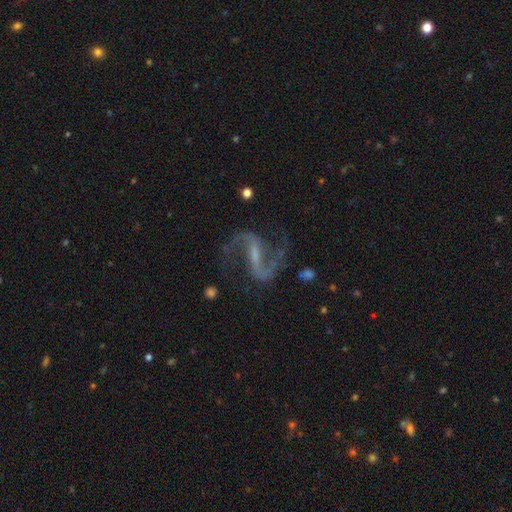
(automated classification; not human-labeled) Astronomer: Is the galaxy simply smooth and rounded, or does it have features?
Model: featured or disk — 92%.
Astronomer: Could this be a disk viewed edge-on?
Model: no — 98%.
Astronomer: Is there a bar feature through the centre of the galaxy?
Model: strong — 53% (runner-up: weak, 37%).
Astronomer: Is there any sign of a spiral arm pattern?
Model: yes — 98%.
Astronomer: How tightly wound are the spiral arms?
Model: medium — 48% (runner-up: loose, 45%).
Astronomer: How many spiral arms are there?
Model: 2 — 94%.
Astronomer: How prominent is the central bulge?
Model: small — 45% (runner-up: none, 34%).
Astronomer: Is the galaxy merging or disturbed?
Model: none — 78%.